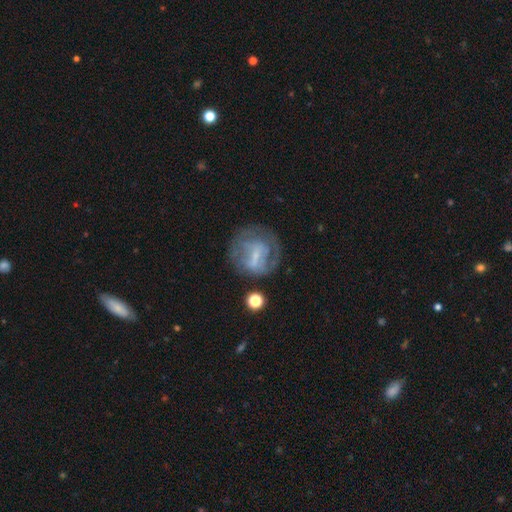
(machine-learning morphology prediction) Smooth or featured: featured or disk — 60% (smooth — 30%)
Edge-on disk: no — 96% (yes — 4%)
Bar: weak — 43% (no — 29%)
Spiral arms: yes — 52% (no — 48%)
Bulge size: small — 43% (none — 34%)
Merging: none — 56% (major disturbance — 20%)